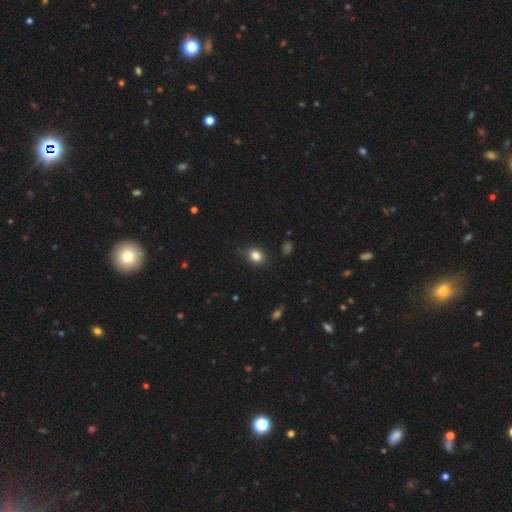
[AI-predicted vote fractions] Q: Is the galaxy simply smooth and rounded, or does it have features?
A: smooth — 84%.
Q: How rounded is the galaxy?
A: round — 59%.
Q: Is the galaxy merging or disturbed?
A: none — 80%.